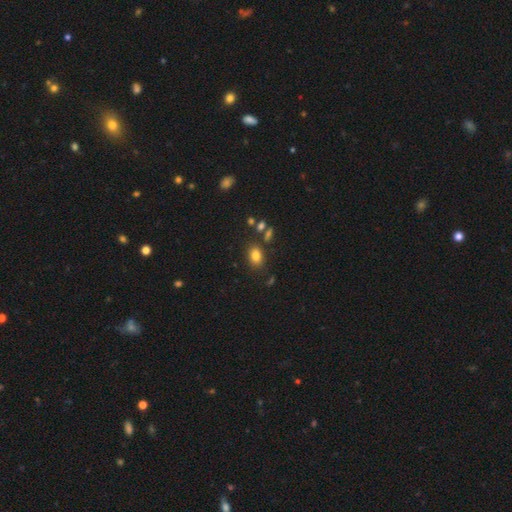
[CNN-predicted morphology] This is clearly a smooth galaxy (81%). How rounded: likely in between (72%). Merging: likely none (77%).